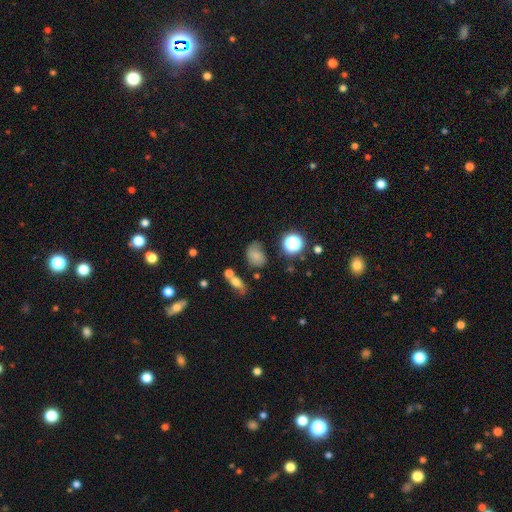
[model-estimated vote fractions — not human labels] smooth 72%, star or artifact 17%, featured or disk 11%. Down the decision tree: how rounded — in between (62%); merging — none (50%).